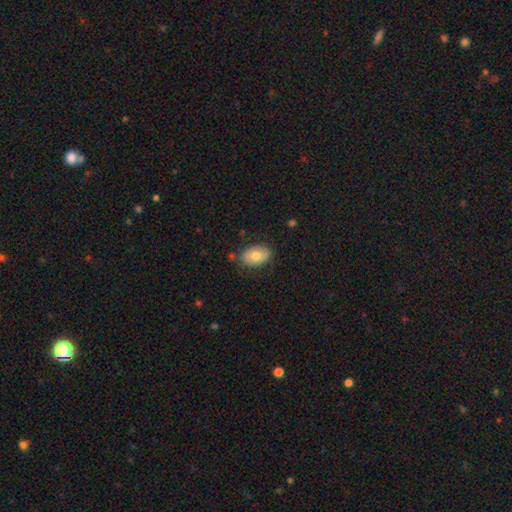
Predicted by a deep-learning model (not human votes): smooth_or_featured: smooth (p=0.67) [alt: featured or disk p=0.26]
how_rounded: in between (p=0.84) [alt: round p=0.15]
merging: none (p=0.76) [alt: minor disturbance p=0.18]